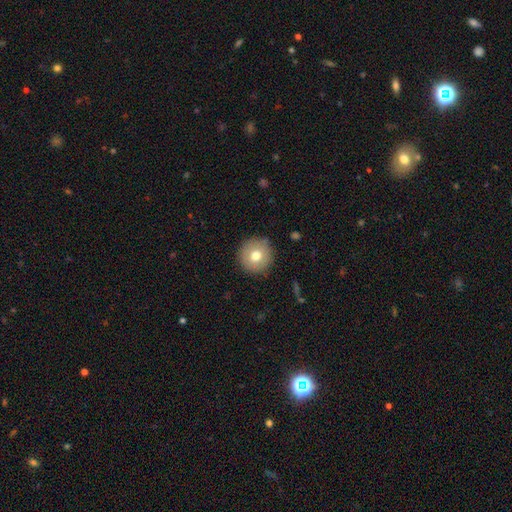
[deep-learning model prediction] Smooth or featured? smooth (74%)
How rounded? round (96%)
Merging? none (90%)